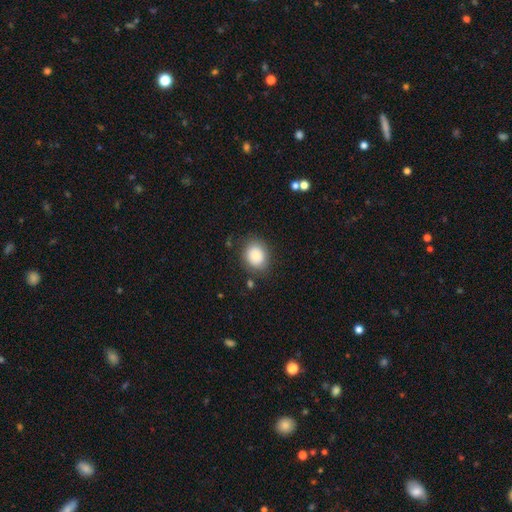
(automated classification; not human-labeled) Smooth or featured?
  - smooth: 81% *
  - featured or disk: 11%
  - star or artifact: 9%
How rounded?
  - round: 62% *
  - in between: 37%
  - cigar-shaped: 1%
Merging?
  - none: 81% *
  - minor disturbance: 13%
  - major disturbance: 4%
  - merger: 2%